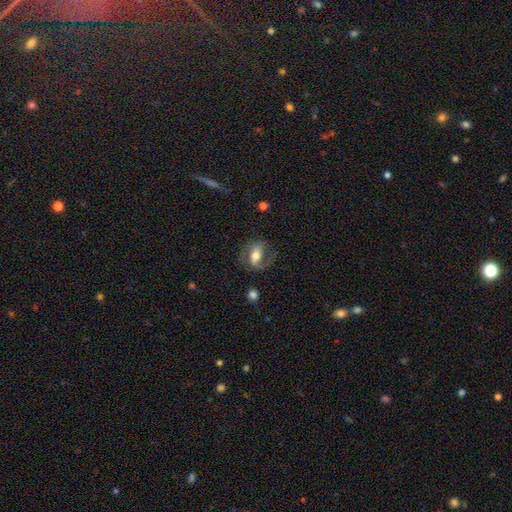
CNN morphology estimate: A featured or disk galaxy (62%) with a strong bar (44%), spiral arms (80%) and a moderate central bulge (66%). Merging: none (64%).